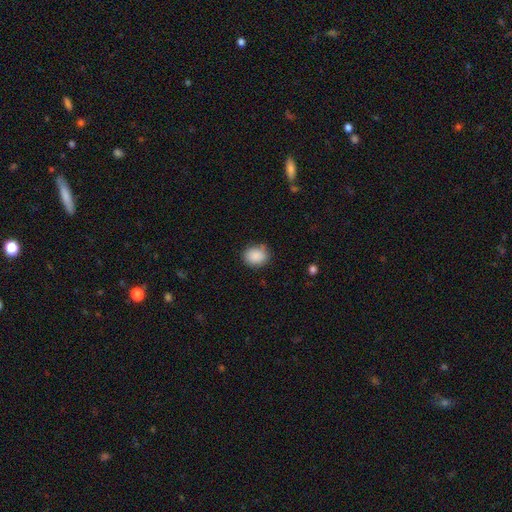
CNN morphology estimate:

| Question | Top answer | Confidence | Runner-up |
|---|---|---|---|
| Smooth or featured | smooth | 89% | star or artifact (8%) |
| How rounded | round | 56% | in between (43%) |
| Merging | none | 81% | minor disturbance (14%) |